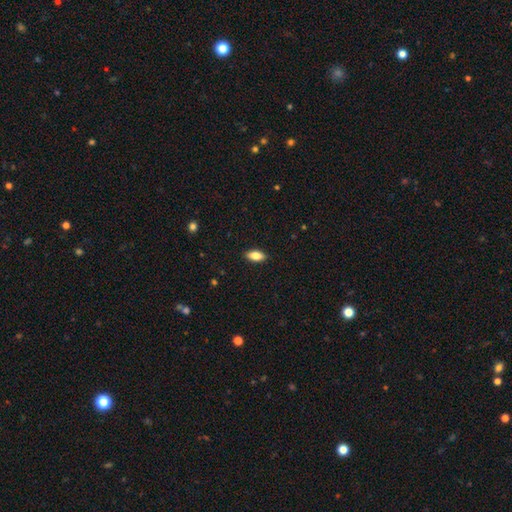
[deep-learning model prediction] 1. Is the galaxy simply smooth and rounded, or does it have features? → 80% smooth, 13% featured or disk, 7% star or artifact.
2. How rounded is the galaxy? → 87% in between, 10% cigar-shaped, 3% round.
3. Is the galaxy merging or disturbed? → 89% none, 8% minor disturbance, 2% major disturbance, 1% merger.